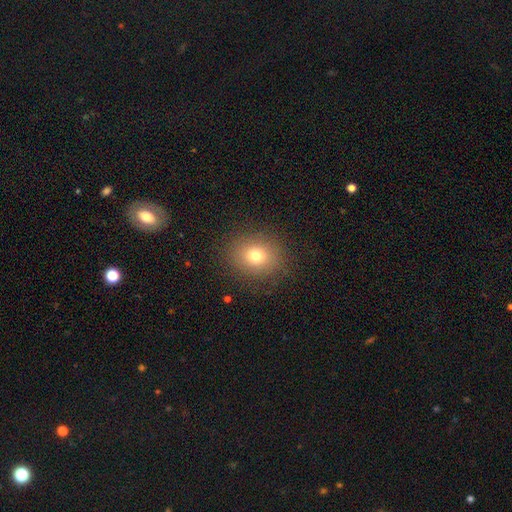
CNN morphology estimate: This is likely a smooth galaxy (75%). How rounded: likely round (67%). Merging: clearly none (86%).